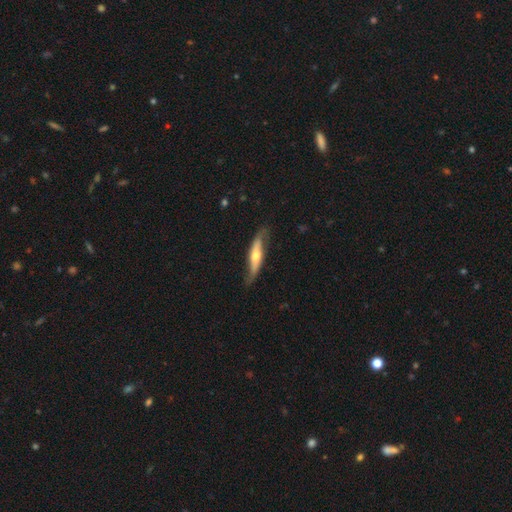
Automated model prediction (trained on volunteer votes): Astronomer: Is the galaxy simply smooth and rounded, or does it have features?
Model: featured or disk — 64%.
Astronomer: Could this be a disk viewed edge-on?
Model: yes — 61% (runner-up: no, 39%).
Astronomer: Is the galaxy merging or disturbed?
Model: none — 70%.